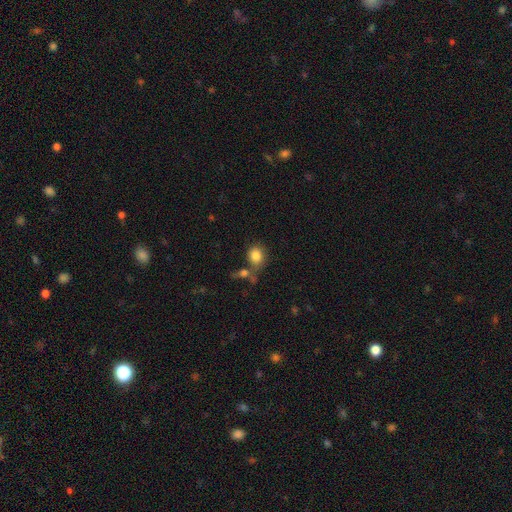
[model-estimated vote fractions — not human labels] Smooth or featured: smooth — 84% (star or artifact — 9%)
How rounded: round — 68% (in between — 31%)
Merging: none — 57% (merger — 22%)